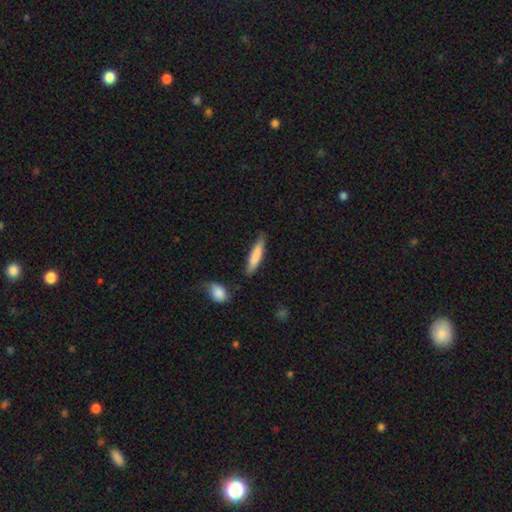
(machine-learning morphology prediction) type=smooth (79%); roundness=cigar-shaped (85%); merging=none (78%).